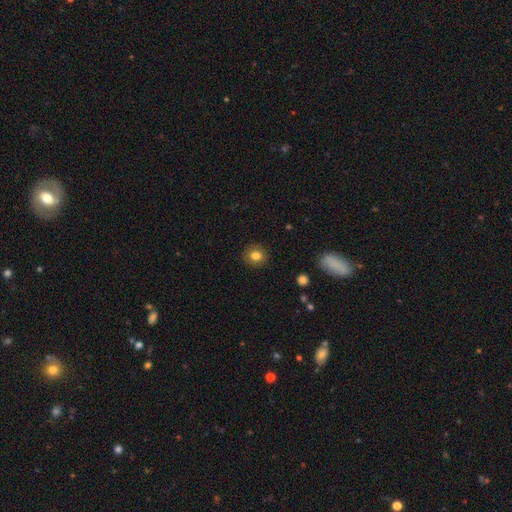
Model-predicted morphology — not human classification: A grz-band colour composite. It shows a smooth galaxy with no disk features (80%) that is round (82%). Merging: none (89%).